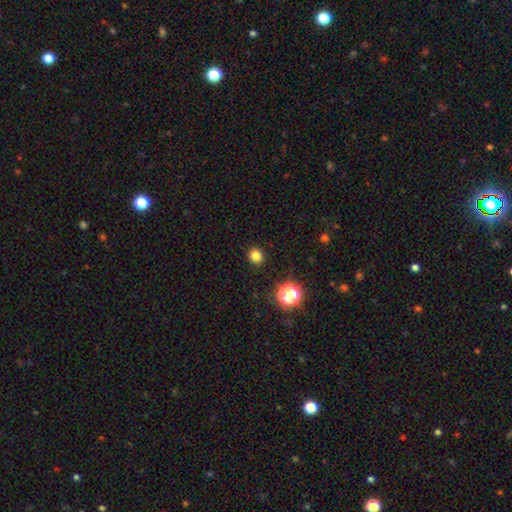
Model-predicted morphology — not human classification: smooth-or-featured: smooth: 80% | star or artifact: 16% | featured or disk: 4%
  how-rounded: round: 85% | in between: 14% | cigar-shaped: 1%
  merging: none: 91% | minor disturbance: 5% | major disturbance: 2% | merger: 1%